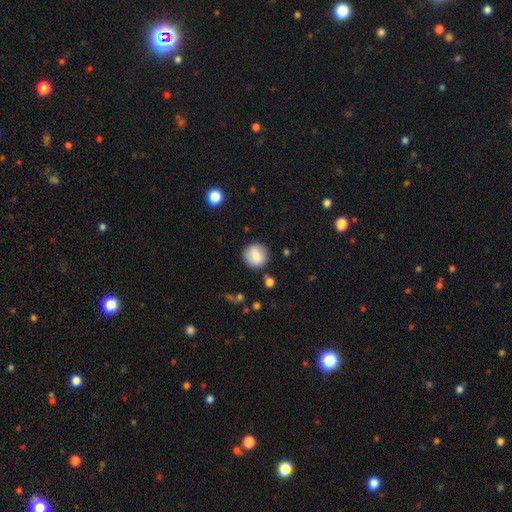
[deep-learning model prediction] A smooth galaxy with no disk features (76%) that is round (90%). Merging: none (84%).